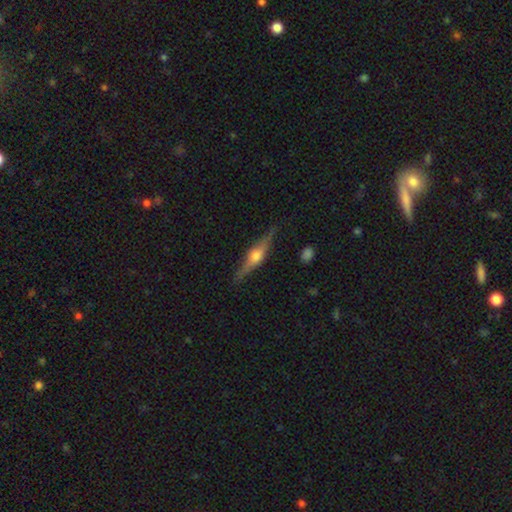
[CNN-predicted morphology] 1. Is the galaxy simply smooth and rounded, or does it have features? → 74% featured or disk, 20% smooth, 6% star or artifact.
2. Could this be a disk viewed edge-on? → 97% yes, 3% no.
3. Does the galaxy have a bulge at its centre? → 92% rounded, 6% boxy, 2% none.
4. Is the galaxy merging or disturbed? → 85% none, 11% minor disturbance, 2% major disturbance, 1% merger.